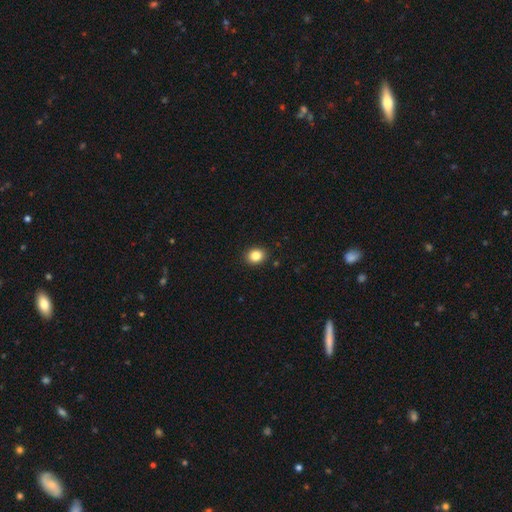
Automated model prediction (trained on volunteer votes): Overall: smooth (85%). How rounded: round (60%; in between 39%). Merging: none (91%).